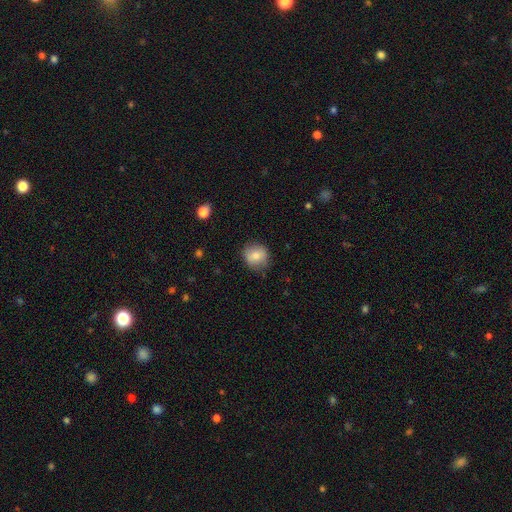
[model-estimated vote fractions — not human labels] A smooth galaxy with no disk features (78%) that is round (84%).

Vote fractions:
- Smooth or featured? smooth: 78% / featured or disk: 14% / star or artifact: 9%
- How rounded? round: 84% / in between: 15% / cigar-shaped: 1%
- Merging? none: 81% / minor disturbance: 14% / major disturbance: 3% / merger: 1%